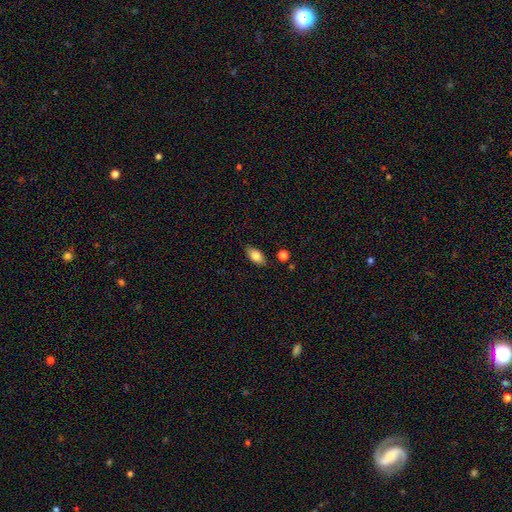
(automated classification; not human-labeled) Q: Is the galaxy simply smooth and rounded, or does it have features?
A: smooth — 83%.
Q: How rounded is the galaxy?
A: in between — 90%.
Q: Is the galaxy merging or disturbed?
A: none — 85%.